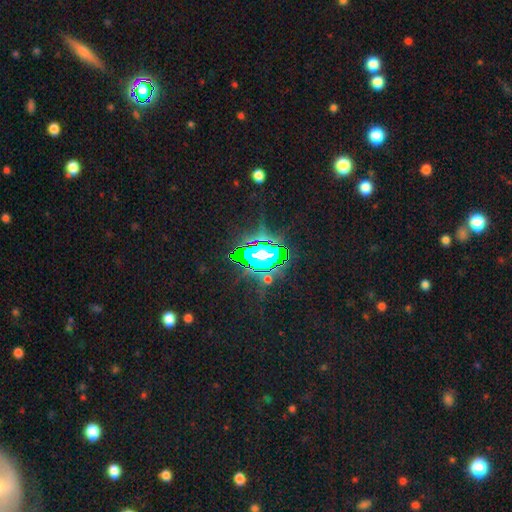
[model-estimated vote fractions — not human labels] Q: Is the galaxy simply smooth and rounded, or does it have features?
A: star or artifact — 69%.